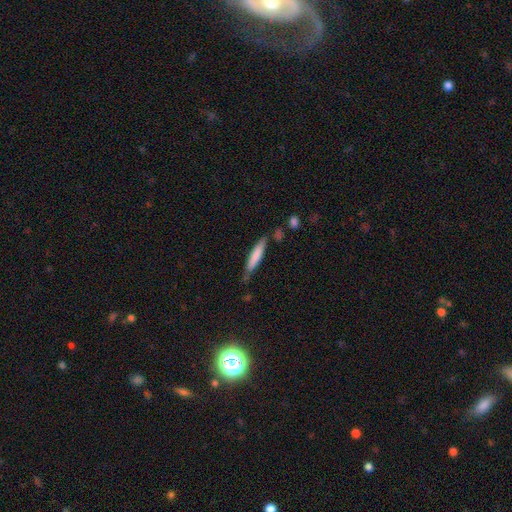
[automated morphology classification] A smooth galaxy with no disk features (71%) that is cigar-shaped (89%). Merging: none (72%).